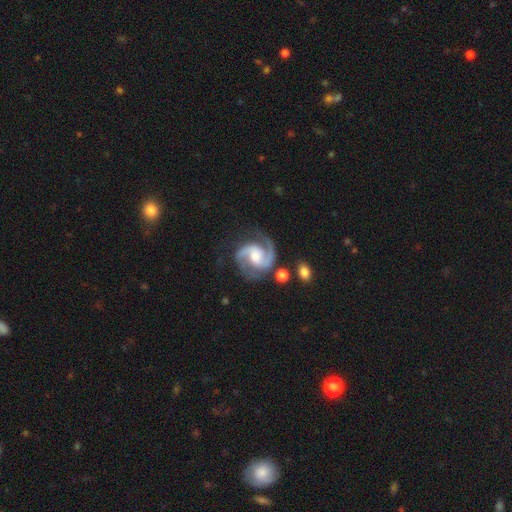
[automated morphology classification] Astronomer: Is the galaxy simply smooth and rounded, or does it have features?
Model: featured or disk — 92%.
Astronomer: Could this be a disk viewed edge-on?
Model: no — 98%.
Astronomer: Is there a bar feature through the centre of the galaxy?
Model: no — 48% (runner-up: weak, 40%).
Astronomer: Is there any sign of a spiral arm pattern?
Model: yes — 98%.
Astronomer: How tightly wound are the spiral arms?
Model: medium — 59%.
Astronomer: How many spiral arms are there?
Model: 2 — 91%.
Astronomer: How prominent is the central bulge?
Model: moderate — 46% (runner-up: small, 21%).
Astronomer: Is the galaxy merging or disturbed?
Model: none — 74%.